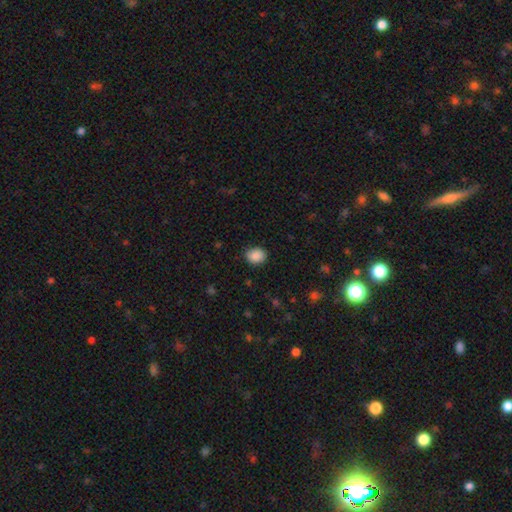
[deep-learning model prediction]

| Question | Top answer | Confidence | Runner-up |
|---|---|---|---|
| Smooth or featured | smooth | 89% | star or artifact (8%) |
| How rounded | round | 52% | in between (47%) |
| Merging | none | 87% | minor disturbance (9%) |